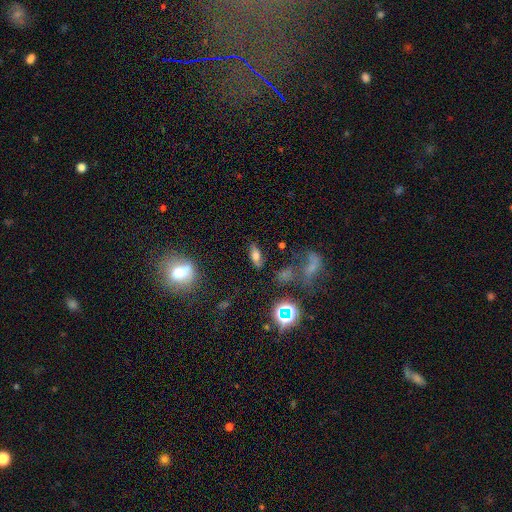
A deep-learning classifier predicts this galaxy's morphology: This appears to be a smooth galaxy with no disk features (57%) that is in between round and cigar-shaped (76%). Merging: none (75%).